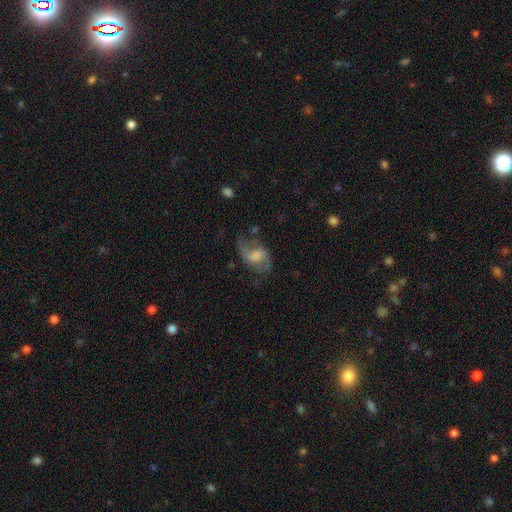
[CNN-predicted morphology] Smooth or featured? Predicted: featured or disk (p=0.62). Edge-on disk? Predicted: no (p=0.96). Bar? Predicted: weak (p=0.49). Spiral arms? Predicted: yes (p=0.84). Spiral winding? Predicted: loose (p=0.63). Spiral arm count? Predicted: 2 (p=0.83). Bulge size? Predicted: moderate (p=0.31). Merging? Predicted: none (p=0.46).